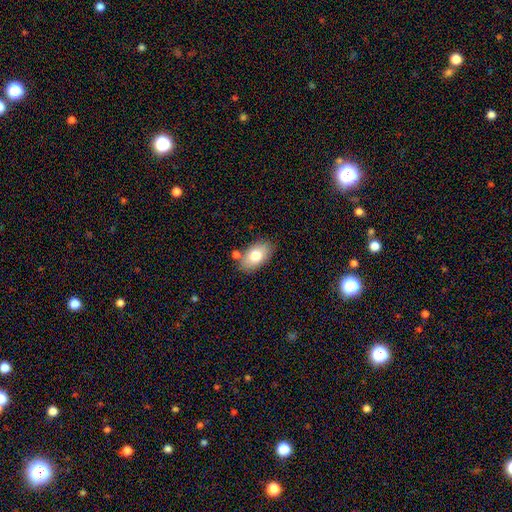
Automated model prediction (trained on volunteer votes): Q: Smooth or featured?
A: smooth (77%); runner-up: featured or disk (16%)
Q: How rounded?
A: in between (92%); runner-up: round (6%)
Q: Merging?
A: none (75%); runner-up: minor disturbance (14%)